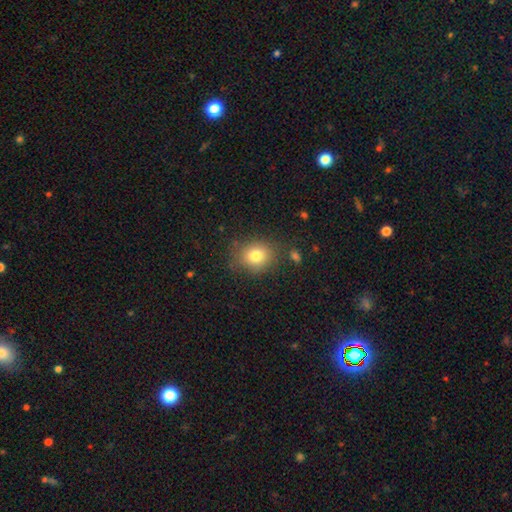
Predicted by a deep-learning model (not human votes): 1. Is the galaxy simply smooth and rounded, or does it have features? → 79% smooth, 11% star or artifact, 10% featured or disk.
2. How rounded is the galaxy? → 67% round, 32% in between, 1% cigar-shaped.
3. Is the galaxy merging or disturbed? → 78% none, 14% minor disturbance, 4% major disturbance, 3% merger.